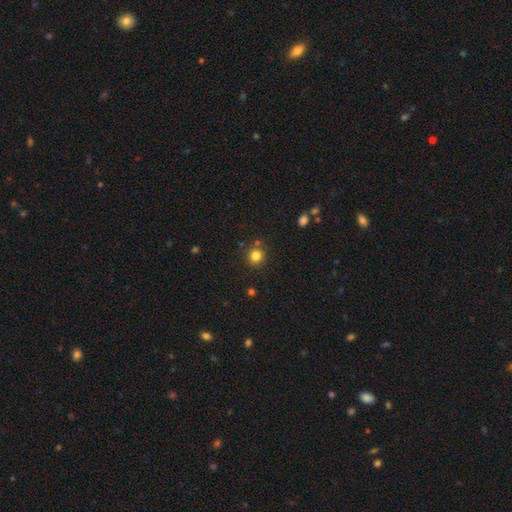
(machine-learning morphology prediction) A smooth galaxy with no disk features (82%) that is round (91%). Merging: none (84%).